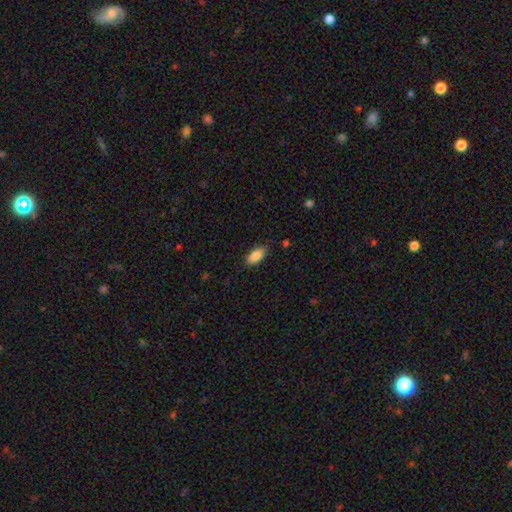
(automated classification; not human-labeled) Smooth or featured? Predicted: smooth (p=0.86). How rounded? Predicted: in between (p=0.88). Merging? Predicted: none (p=0.83).